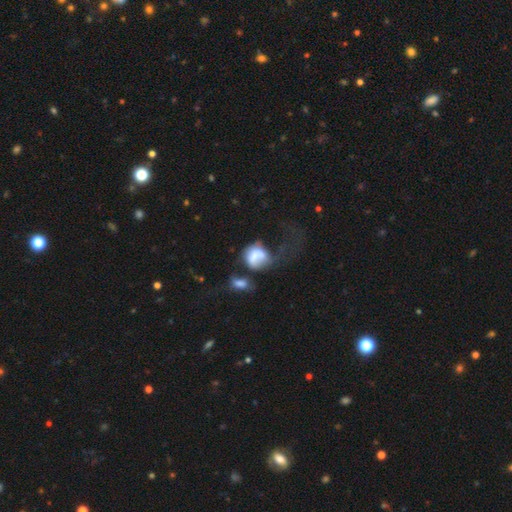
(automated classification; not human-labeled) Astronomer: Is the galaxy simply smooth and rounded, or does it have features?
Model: smooth — 56% (runner-up: featured or disk, 34%).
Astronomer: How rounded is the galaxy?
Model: round — 51% (runner-up: in between, 47%).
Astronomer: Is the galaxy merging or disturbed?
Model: merger — 39% (runner-up: major disturbance, 36%).